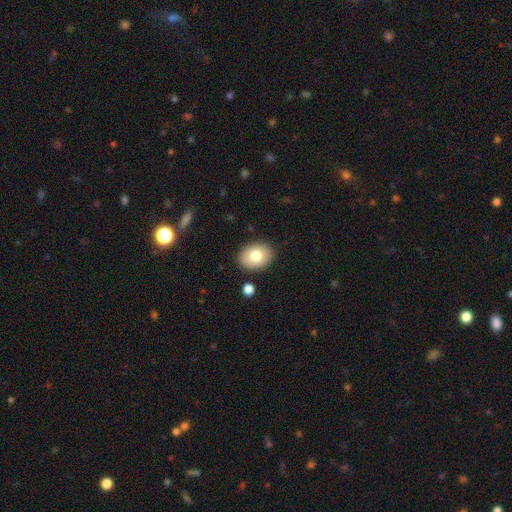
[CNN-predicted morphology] type=smooth (77%); roundness=in between (63%); merging=none (87%).